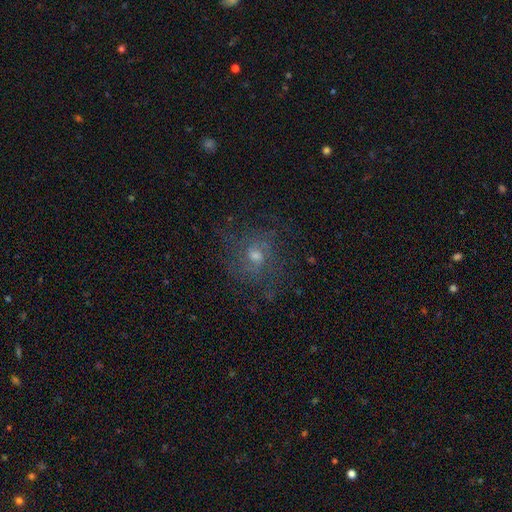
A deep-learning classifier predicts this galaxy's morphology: Overall: featured or disk (55%; smooth 28%). Edge-on disk: no (96%). Bar: no (60%; weak 34%). Spiral arms: yes (74%). Bulge size: moderate (55%; small 32%). Merging: none (67%).